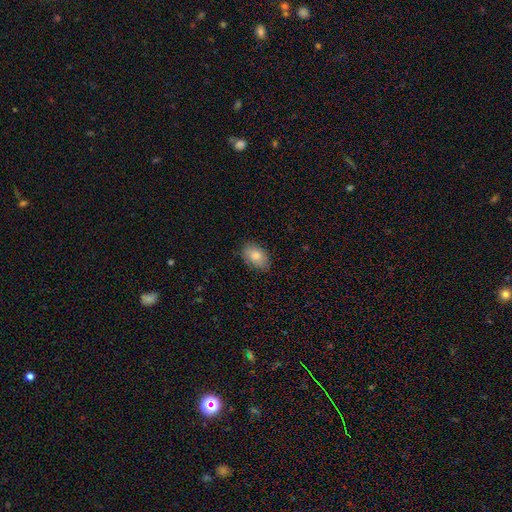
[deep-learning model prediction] This appears to be a smooth galaxy with no disk features (79%) that is in between round and cigar-shaped (87%). Merging: none (84%).